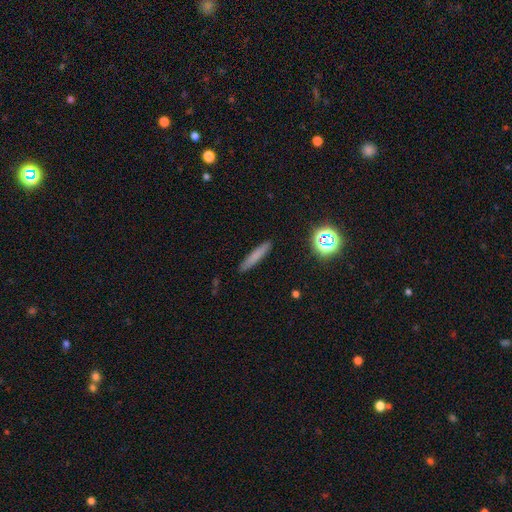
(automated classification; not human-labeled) This is likely a smooth galaxy (72%). How rounded: clearly cigar-shaped (92%). Merging: clearly none (90%).